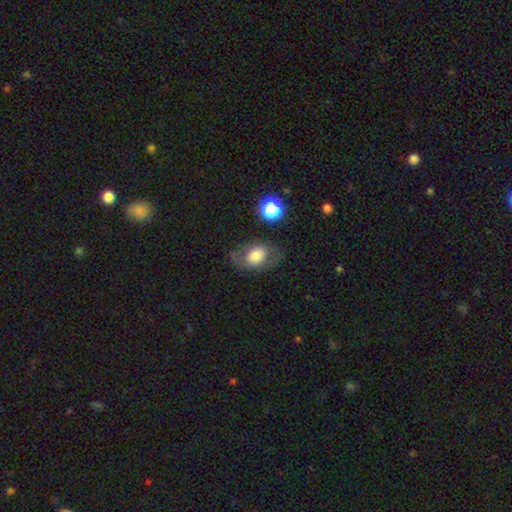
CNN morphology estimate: This is likely a smooth galaxy (64%). How rounded: likely in between (73%). Merging: likely none (64%).